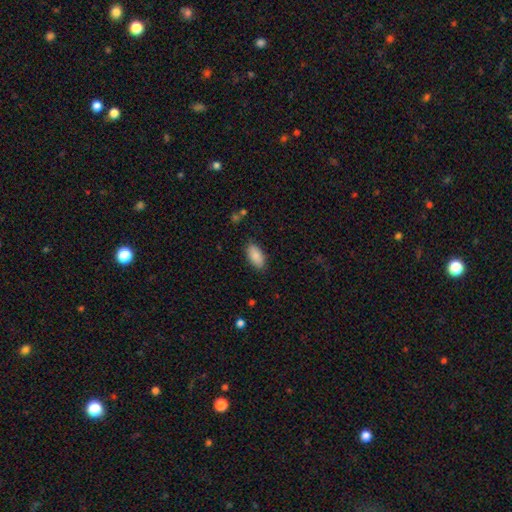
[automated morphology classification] smooth_or_featured: smooth (p=0.89) [alt: star or artifact p=0.06]
how_rounded: in between (p=0.93) [alt: cigar-shaped p=0.05]
merging: none (p=0.87) [alt: minor disturbance p=0.09]